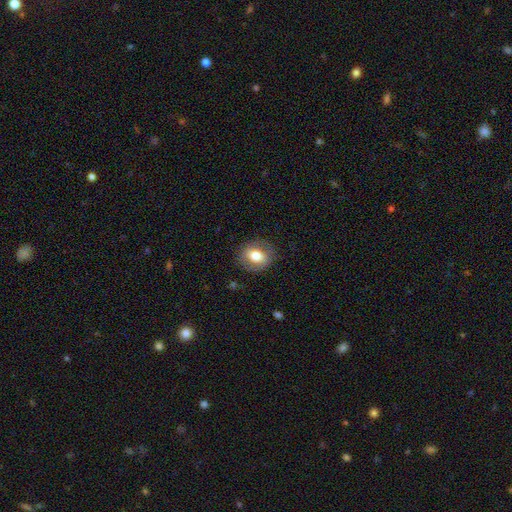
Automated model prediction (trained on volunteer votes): smooth 70%, featured or disk 22%, star or artifact 8%. Down the decision tree: how rounded — round (51%); merging — none (82%).